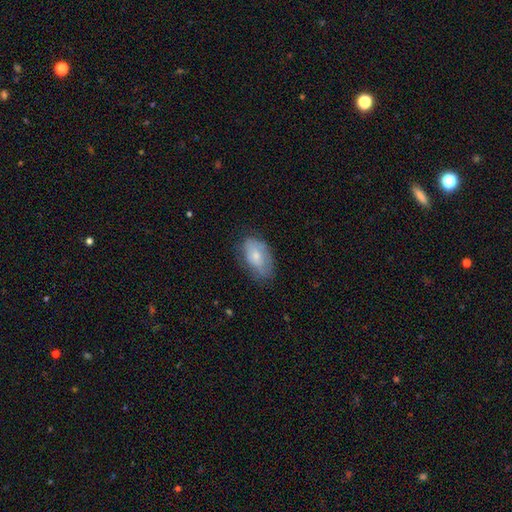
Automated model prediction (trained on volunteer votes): Smooth or featured?
  - smooth: 66% *
  - featured or disk: 27%
  - star or artifact: 7%
How rounded?
  - in between: 92% *
  - round: 6%
  - cigar-shaped: 2%
Merging?
  - none: 61% *
  - minor disturbance: 29%
  - major disturbance: 9%
  - merger: 1%